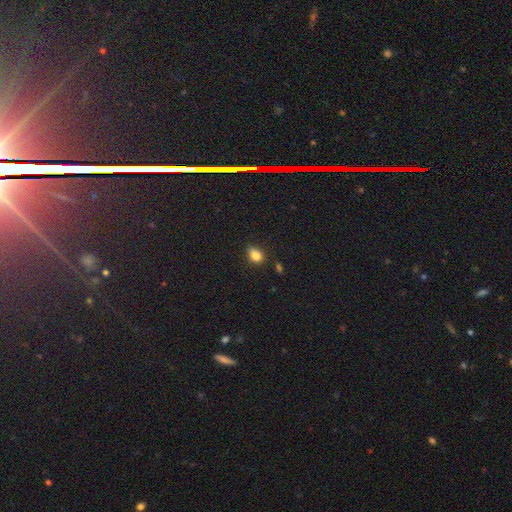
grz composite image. It shows a smooth galaxy with no disk features (90%) that is in between round and cigar-shaped (71%). Merging: none (66%).